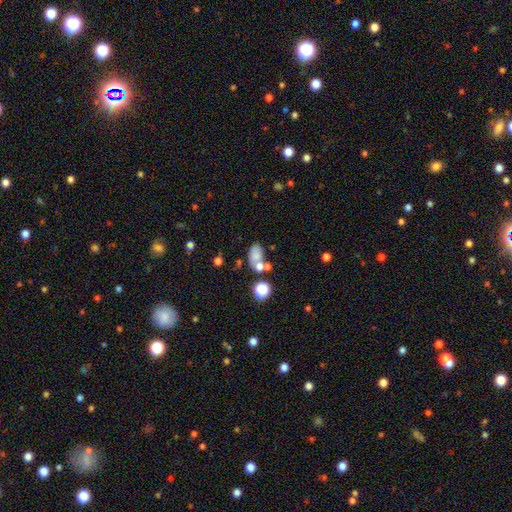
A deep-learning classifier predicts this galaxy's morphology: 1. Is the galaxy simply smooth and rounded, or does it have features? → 66% smooth, 19% featured or disk, 15% star or artifact.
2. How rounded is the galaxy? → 79% in between, 19% round, 2% cigar-shaped.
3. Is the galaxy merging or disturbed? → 40% none, 34% merger, 16% minor disturbance, 10% major disturbance.